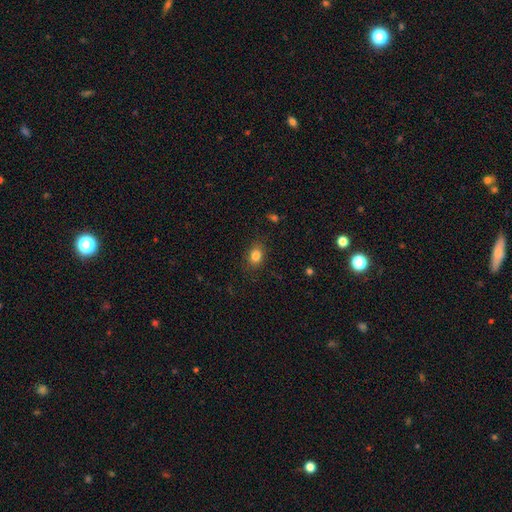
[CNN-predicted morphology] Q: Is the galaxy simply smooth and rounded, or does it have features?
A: smooth — 82%.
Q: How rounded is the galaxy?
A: in between — 61%.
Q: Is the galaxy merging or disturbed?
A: none — 84%.